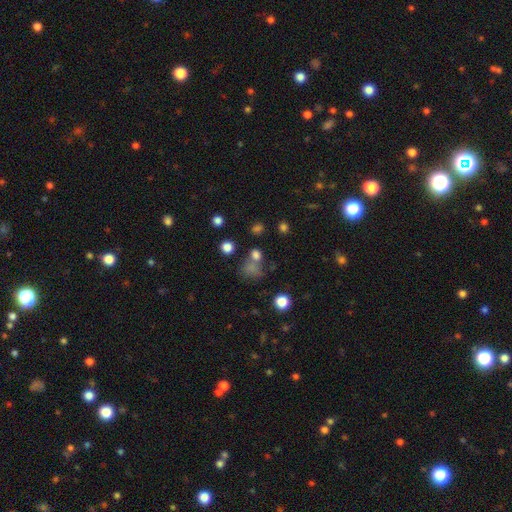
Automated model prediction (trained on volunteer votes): smooth 69%, star or artifact 22%, featured or disk 9%. Down the decision tree: how rounded — round (65%); merging — none (54%).